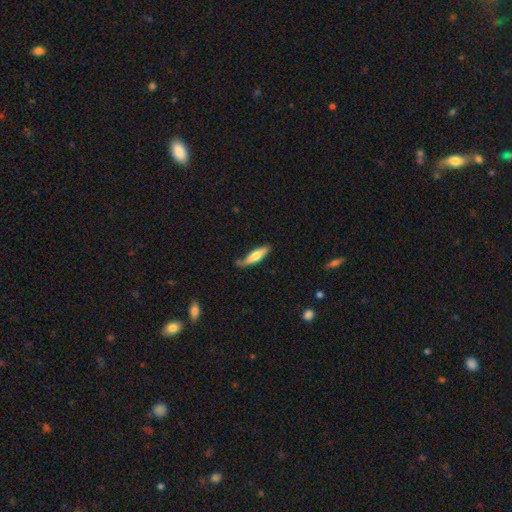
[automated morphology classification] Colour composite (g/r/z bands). It shows a smooth galaxy with no disk features (64%) that is cigar-shaped (68%). Merging: none (65%).